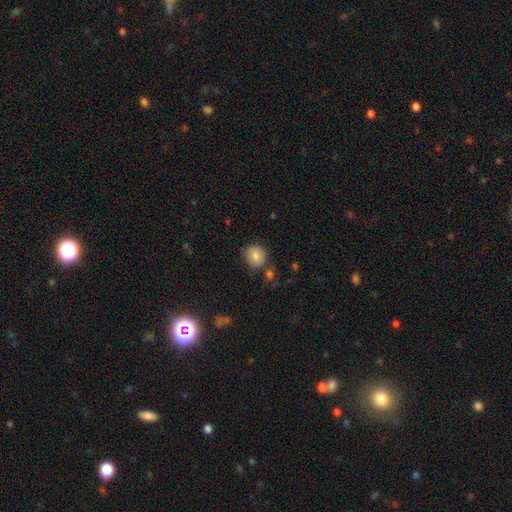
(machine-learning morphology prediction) A smooth galaxy with no disk features (81%) that is round (83%).

Vote fractions:
- Smooth or featured? smooth: 81% / featured or disk: 10% / star or artifact: 9%
- How rounded? round: 83% / in between: 16% / cigar-shaped: 1%
- Merging? none: 74% / minor disturbance: 15% / merger: 7% / major disturbance: 4%